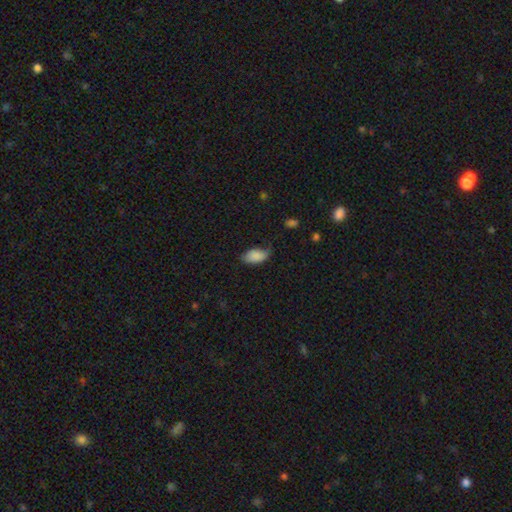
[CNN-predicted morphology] The model was most divided on "merging": none: 57%, minor disturbance: 33%, major disturbance: 8%, merger: 2%. More confident: how rounded — in between (94%); smooth or featured — smooth (86%).